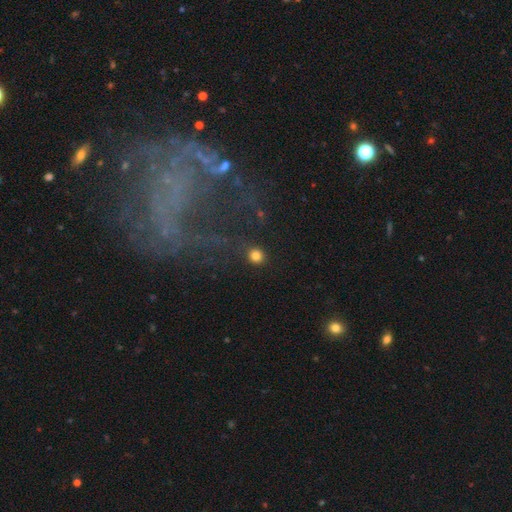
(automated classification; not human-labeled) This is clearly a smooth galaxy (81%). How rounded: clearly round (93%). Merging: clearly none (88%).